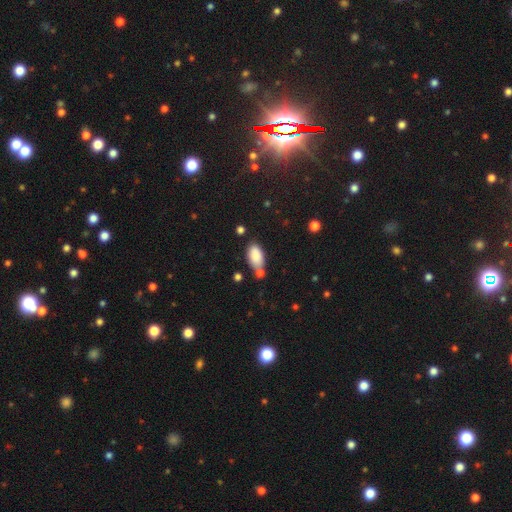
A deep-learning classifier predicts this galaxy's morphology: Smooth or featured?
  - smooth: 87% *
  - star or artifact: 7%
  - featured or disk: 6%
How rounded?
  - in between: 94% *
  - round: 3%
  - cigar-shaped: 3%
Merging?
  - none: 66% *
  - minor disturbance: 15%
  - merger: 15%
  - major disturbance: 4%